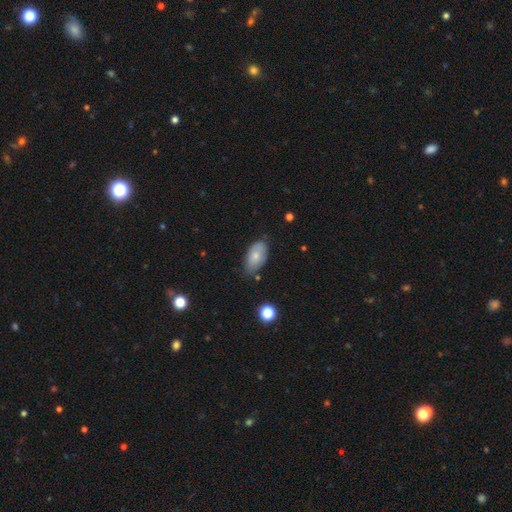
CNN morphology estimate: The model was most divided on "merging": none: 67%, minor disturbance: 26%, major disturbance: 4%, merger: 3%. More confident: how rounded — in between (93%); smooth or featured — smooth (72%).